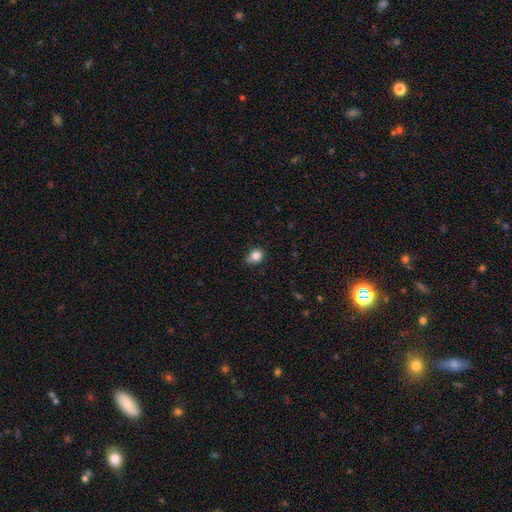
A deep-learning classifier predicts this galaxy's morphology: The model was most divided on "how rounded": round: 59%, in between: 39%, cigar-shaped: 1%. More confident: smooth or featured — smooth (84%); merging — none (56%).